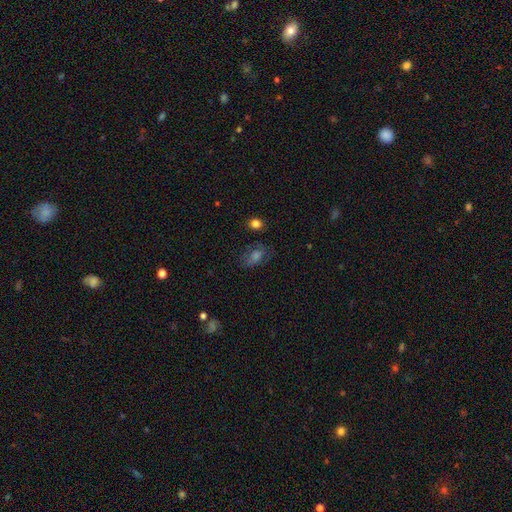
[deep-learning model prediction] Morphology: type=smooth (46%); merging=none (69%).